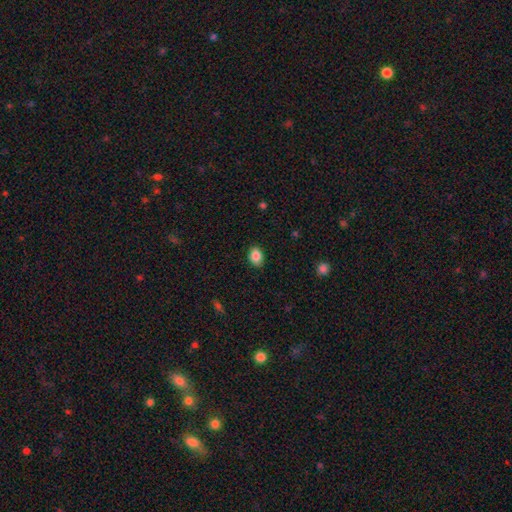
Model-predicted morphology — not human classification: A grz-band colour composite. It shows a smooth galaxy with no disk features (86%) that is in between round and cigar-shaped (72%). Merging: none (85%).